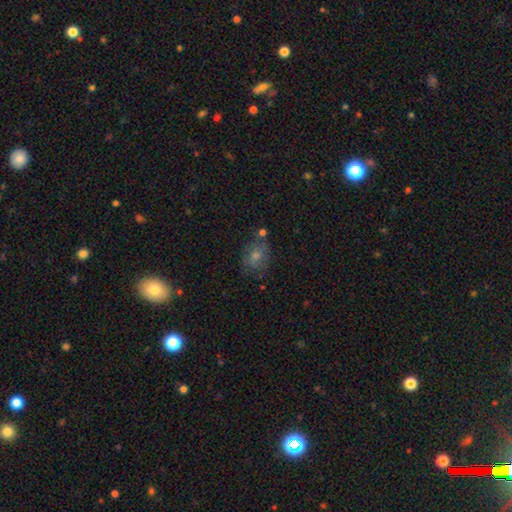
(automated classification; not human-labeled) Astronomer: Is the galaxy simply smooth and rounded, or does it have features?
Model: smooth — 51%.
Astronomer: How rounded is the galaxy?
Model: in between — 50% (runner-up: round, 48%).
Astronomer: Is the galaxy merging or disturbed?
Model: none — 73%.